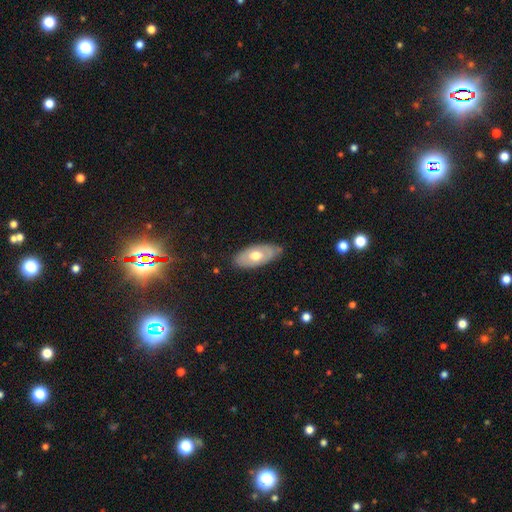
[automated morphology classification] A smooth galaxy with no disk features (47%). Merging: none (81%).